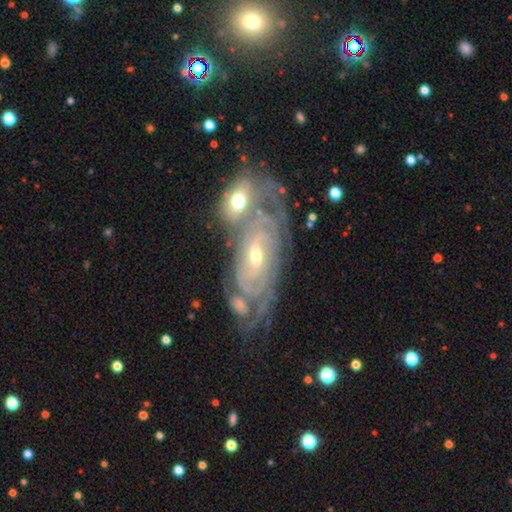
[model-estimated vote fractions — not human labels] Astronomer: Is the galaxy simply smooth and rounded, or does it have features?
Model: featured or disk — 86%.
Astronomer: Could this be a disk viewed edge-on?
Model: no — 94%.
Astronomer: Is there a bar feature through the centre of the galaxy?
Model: no — 50% (runner-up: weak, 36%).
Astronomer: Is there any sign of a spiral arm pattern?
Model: yes — 95%.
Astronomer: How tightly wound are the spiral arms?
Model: tight — 78%.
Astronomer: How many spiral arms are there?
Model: can't tell — 45%.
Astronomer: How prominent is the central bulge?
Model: small — 49% (runner-up: moderate, 47%).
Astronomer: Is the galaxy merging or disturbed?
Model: none — 38% (runner-up: merger, 36%).